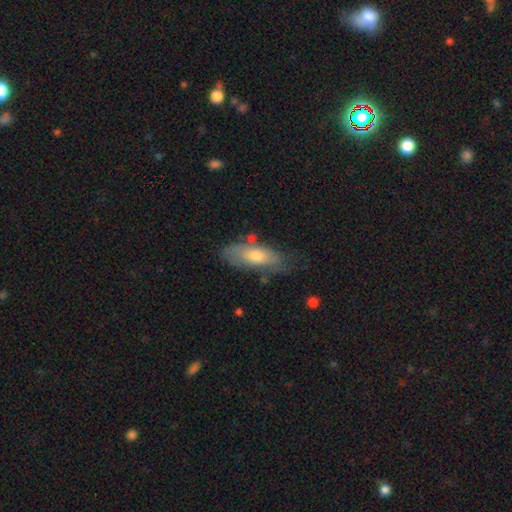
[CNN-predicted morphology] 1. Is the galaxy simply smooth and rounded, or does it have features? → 61% smooth, 33% featured or disk, 6% star or artifact.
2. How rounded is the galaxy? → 75% in between, 23% cigar-shaped, 3% round.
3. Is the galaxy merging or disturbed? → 60% none, 26% minor disturbance, 8% major disturbance, 5% merger.